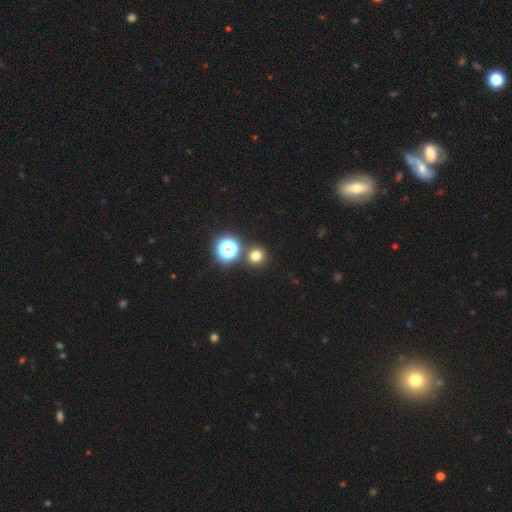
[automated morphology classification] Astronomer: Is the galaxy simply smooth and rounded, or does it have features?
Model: smooth — 72%.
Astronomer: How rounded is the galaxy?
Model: round — 92%.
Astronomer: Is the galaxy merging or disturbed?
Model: none — 83%.